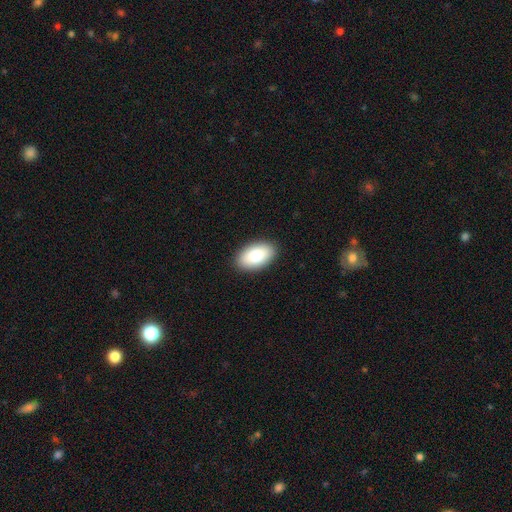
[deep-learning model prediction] This is clearly a smooth galaxy (81%). How rounded: clearly in between (94%). Merging: clearly none (90%).